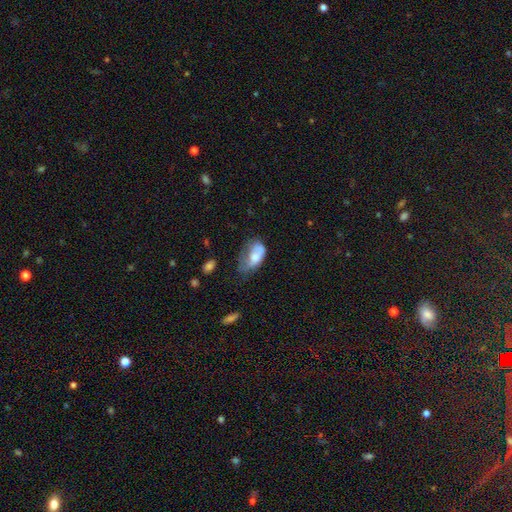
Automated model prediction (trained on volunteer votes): This appears to be a smooth galaxy with no disk features (63%) that is in between round and cigar-shaped (91%). Merging: major disturbance (39%).